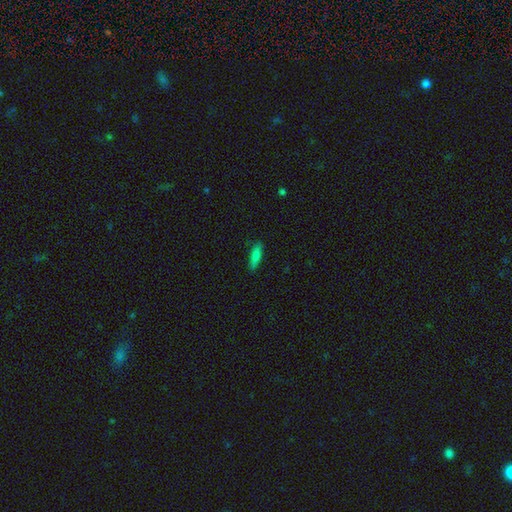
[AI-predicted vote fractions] Q: Smooth or featured?
A: smooth (81%); runner-up: featured or disk (11%)
Q: How rounded?
A: cigar-shaped (59%); runner-up: in between (39%)
Q: Merging?
A: none (85%); runner-up: minor disturbance (12%)